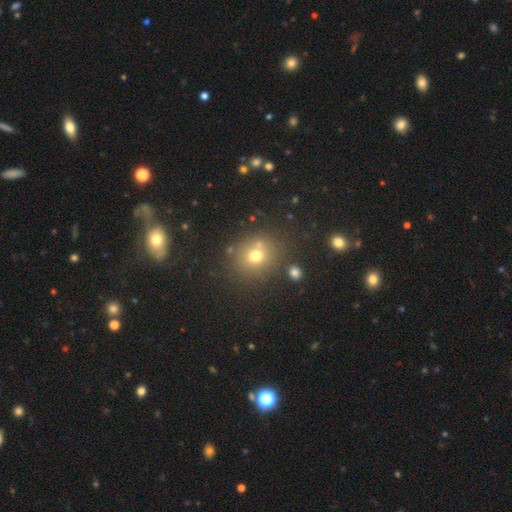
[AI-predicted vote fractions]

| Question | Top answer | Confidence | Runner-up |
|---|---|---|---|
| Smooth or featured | smooth | 70% | star or artifact (18%) |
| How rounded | round | 79% | in between (20%) |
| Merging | none | 73% | merger (12%) |